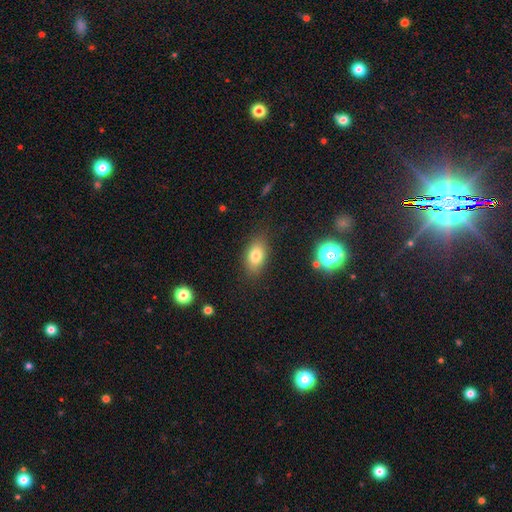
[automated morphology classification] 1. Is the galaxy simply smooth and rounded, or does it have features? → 78% smooth, 11% featured or disk, 10% star or artifact.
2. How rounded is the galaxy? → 87% in between, 10% round, 3% cigar-shaped.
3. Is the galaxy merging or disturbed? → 84% none, 11% minor disturbance, 3% major disturbance, 2% merger.